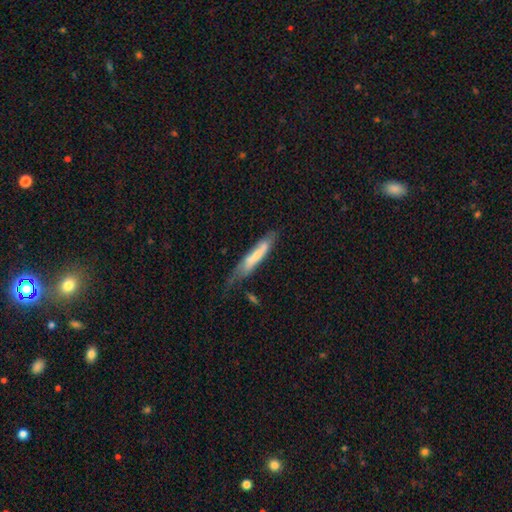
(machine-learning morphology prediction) This is possibly a smooth galaxy (59%). How rounded: clearly cigar-shaped (87%). Merging: possibly none (46%).